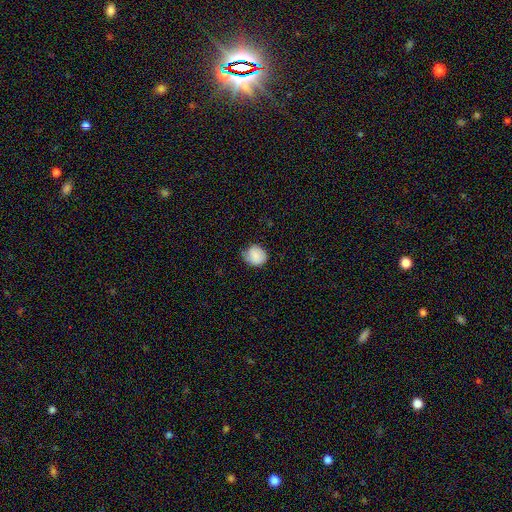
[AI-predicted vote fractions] smooth 81%, featured or disk 11%, star or artifact 8%. Down the decision tree: how rounded — round (78%); merging — none (64%).